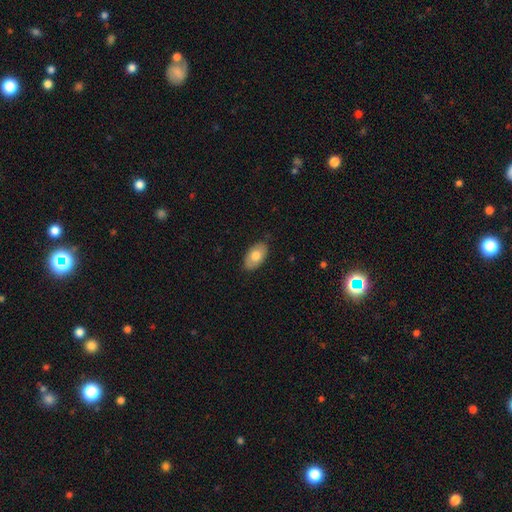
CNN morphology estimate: smooth_or_featured: smooth (p=0.73) [alt: featured or disk p=0.21]
how_rounded: in between (p=0.93) [alt: round p=0.05]
merging: none (p=0.83) [alt: minor disturbance p=0.14]